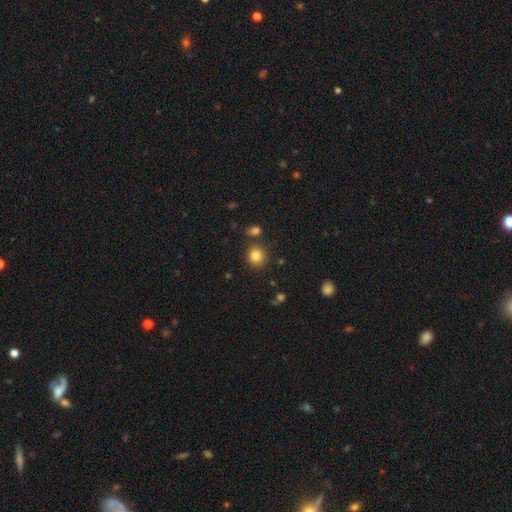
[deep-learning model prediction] Smooth or featured? smooth (83%)
How rounded? round (85%)
Merging? none (83%)